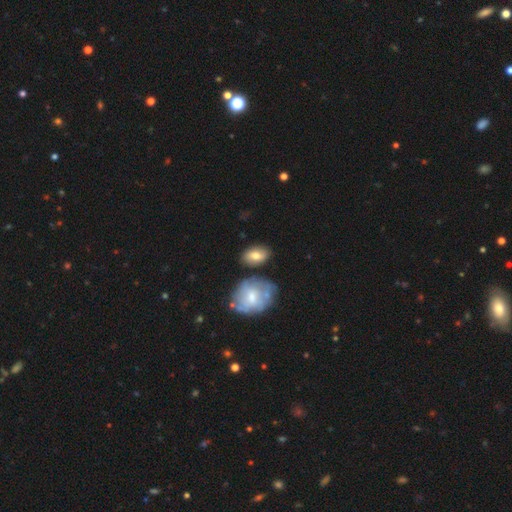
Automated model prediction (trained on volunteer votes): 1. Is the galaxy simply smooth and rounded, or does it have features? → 70% smooth, 22% featured or disk, 7% star or artifact.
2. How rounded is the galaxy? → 86% in between, 11% round, 2% cigar-shaped.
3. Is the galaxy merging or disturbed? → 70% none, 17% minor disturbance, 8% merger, 5% major disturbance.